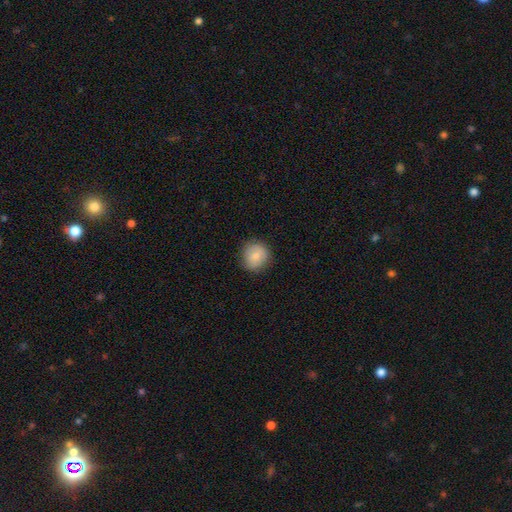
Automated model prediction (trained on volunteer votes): smooth 81%, featured or disk 11%, star or artifact 8%. Down the decision tree: how rounded — round (88%); merging — none (84%).